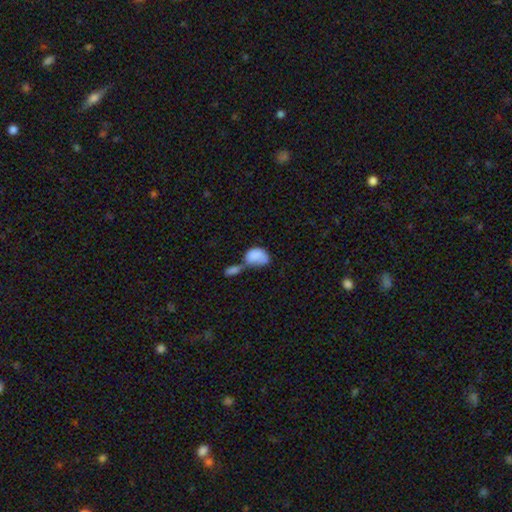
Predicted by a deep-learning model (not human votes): smooth_or_featured: smooth (p=0.81) [alt: featured or disk p=0.12]
how_rounded: in between (p=0.79) [alt: round p=0.19]
merging: merger (p=0.63) [alt: none p=0.15]